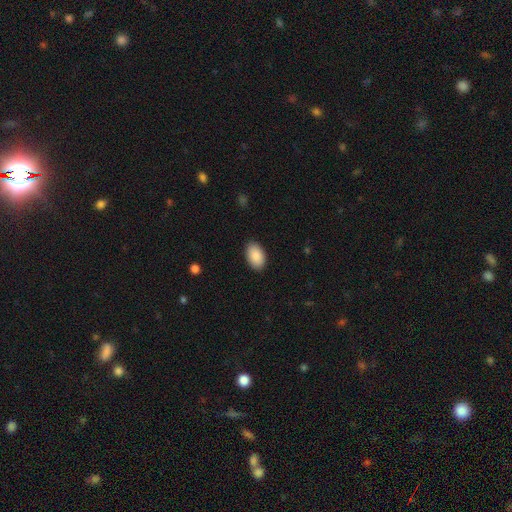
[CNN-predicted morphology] Overall: smooth (89%). How rounded: in between (93%). Merging: none (89%).